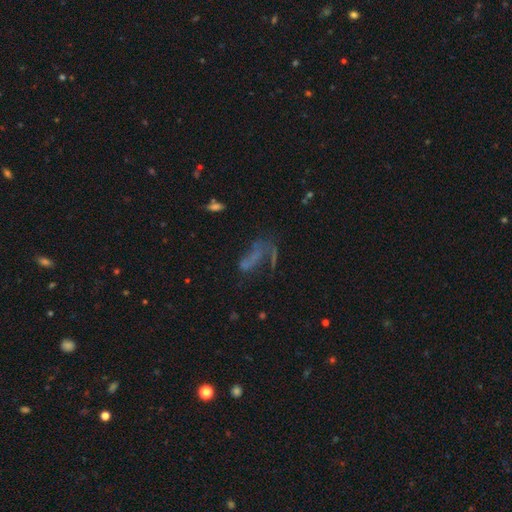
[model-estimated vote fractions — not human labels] Overall: featured or disk (41%; smooth 32%). Merging: major disturbance (42%; none 30%).